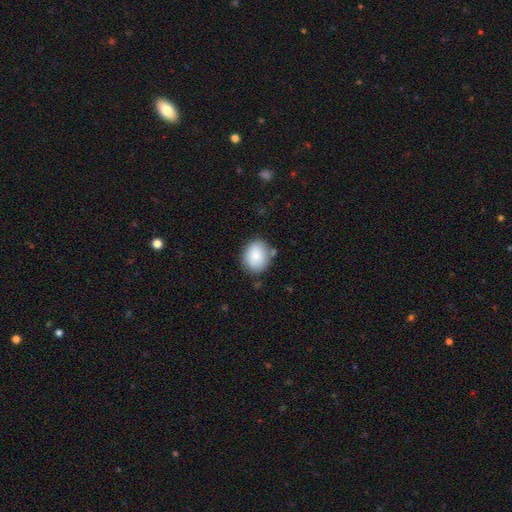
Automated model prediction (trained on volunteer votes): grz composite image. It shows a smooth galaxy with no disk features (83%) that is round (51%). Merging: none (76%).